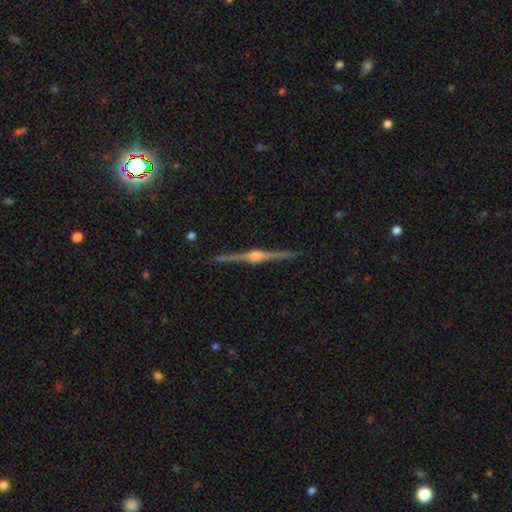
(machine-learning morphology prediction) Smooth or featured: featured or disk — 89% (star or artifact — 6%)
Edge-on disk: yes — 99% (no — 1%)
Edge-on bulge: rounded — 92% (boxy — 6%)
Merging: none — 92% (minor disturbance — 6%)